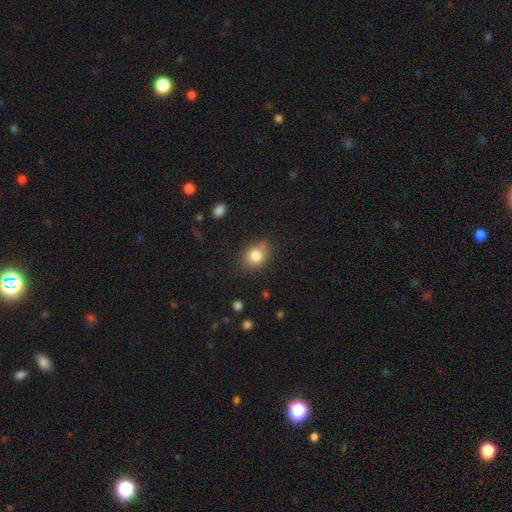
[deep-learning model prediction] This is clearly a smooth galaxy (82%). How rounded: likely round (61%). Merging: likely none (73%).